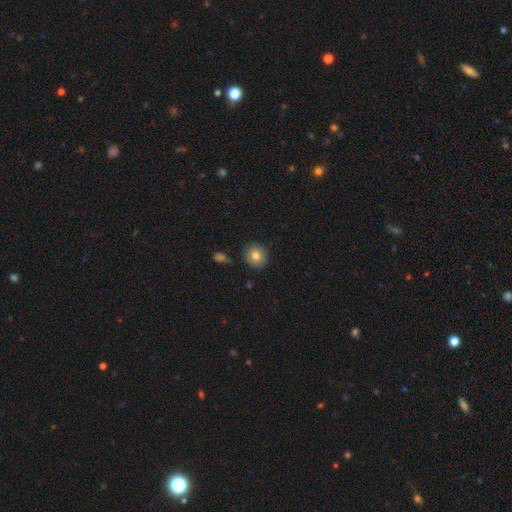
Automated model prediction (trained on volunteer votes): Smooth or featured? smooth (79%)
How rounded? round (84%)
Merging? none (85%)